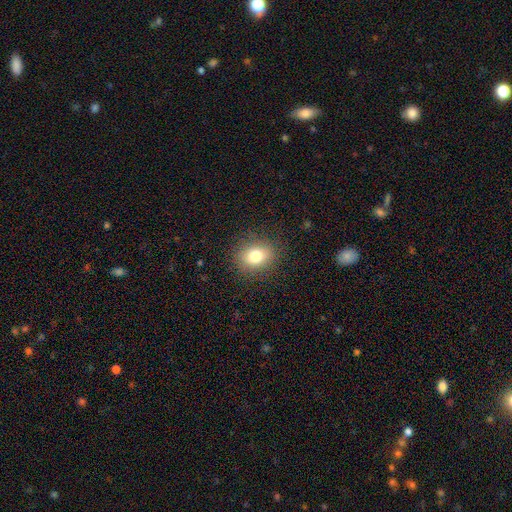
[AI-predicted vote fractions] Q: Smooth or featured?
A: smooth (79%); runner-up: star or artifact (11%)
Q: How rounded?
A: round (50%); runner-up: in between (49%)
Q: Merging?
A: none (87%); runner-up: minor disturbance (9%)